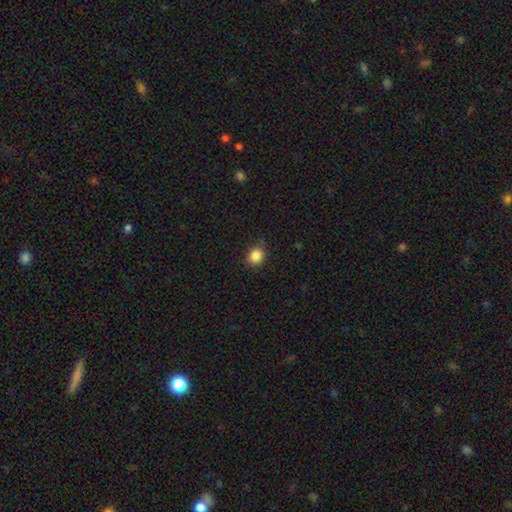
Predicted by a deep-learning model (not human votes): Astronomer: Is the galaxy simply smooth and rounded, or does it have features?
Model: smooth — 86%.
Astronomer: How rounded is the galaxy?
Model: round — 77%.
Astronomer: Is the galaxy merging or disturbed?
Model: none — 81%.